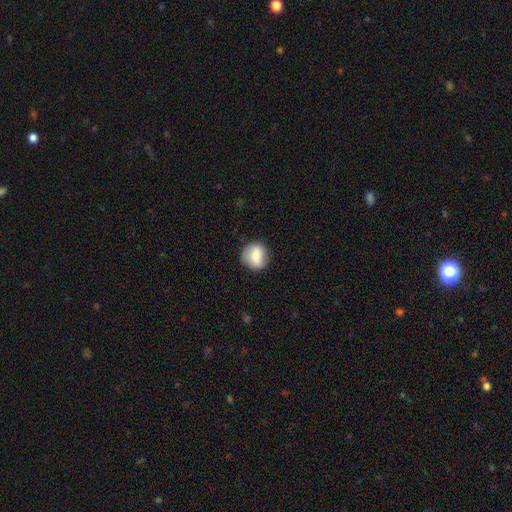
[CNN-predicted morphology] Overall: smooth (72%). How rounded: round (78%). Merging: none (80%).